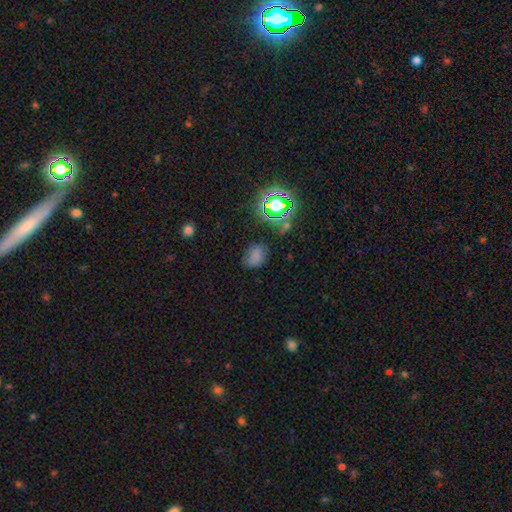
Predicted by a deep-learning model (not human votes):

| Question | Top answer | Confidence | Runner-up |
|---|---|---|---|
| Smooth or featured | smooth | 70% | star or artifact (22%) |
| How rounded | in between | 72% | round (26%) |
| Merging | none | 72% | minor disturbance (19%) |